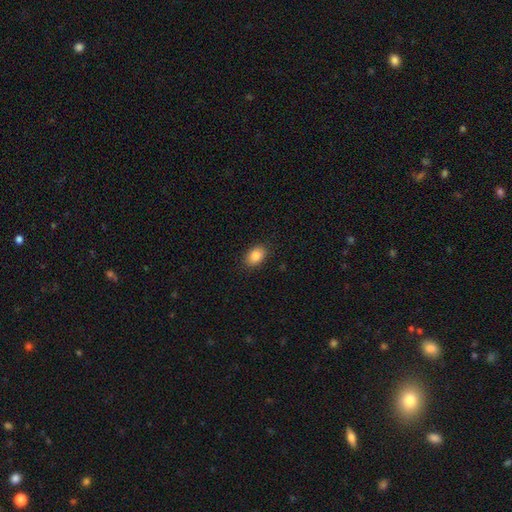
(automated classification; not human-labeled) Smooth or featured? Predicted: smooth (p=0.87). How rounded? Predicted: in between (p=0.84). Merging? Predicted: none (p=0.88).